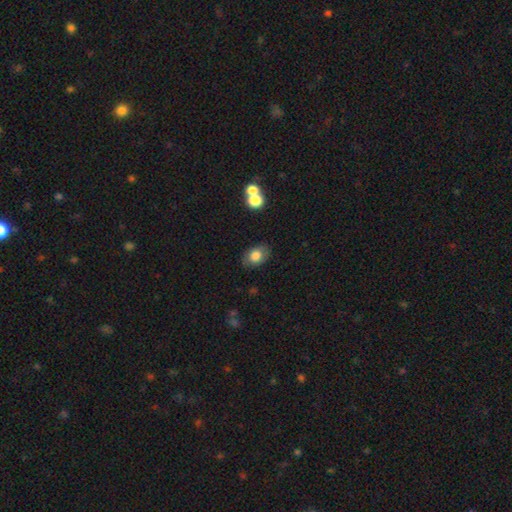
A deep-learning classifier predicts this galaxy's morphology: This appears to be a smooth galaxy with no disk features (78%) that is in between round and cigar-shaped (76%). Merging: none (81%).